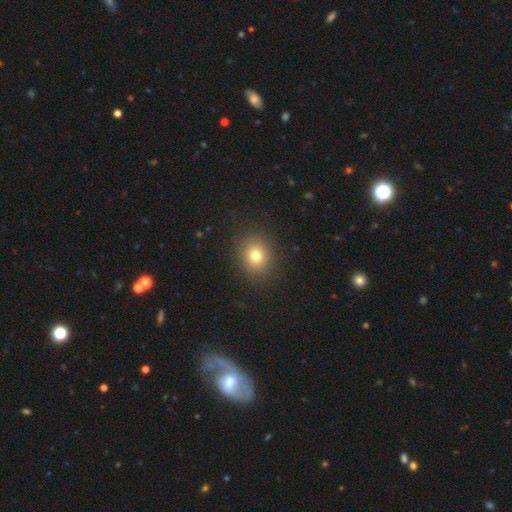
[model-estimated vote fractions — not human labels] Morphology: type=smooth (77%); roundness=round (74%); merging=none (90%).